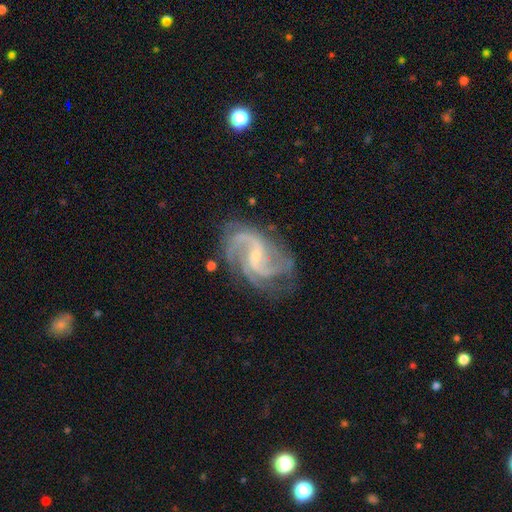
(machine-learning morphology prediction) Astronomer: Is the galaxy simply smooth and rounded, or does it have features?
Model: featured or disk — 91%.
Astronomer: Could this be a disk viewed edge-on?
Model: no — 98%.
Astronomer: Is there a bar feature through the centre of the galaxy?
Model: weak — 50% (runner-up: no, 32%).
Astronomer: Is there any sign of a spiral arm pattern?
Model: yes — 98%.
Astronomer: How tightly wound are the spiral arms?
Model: medium — 53% (runner-up: loose, 29%).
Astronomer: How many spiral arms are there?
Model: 2 — 50%.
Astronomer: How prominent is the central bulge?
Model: small — 78%.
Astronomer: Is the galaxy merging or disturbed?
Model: none — 70%.